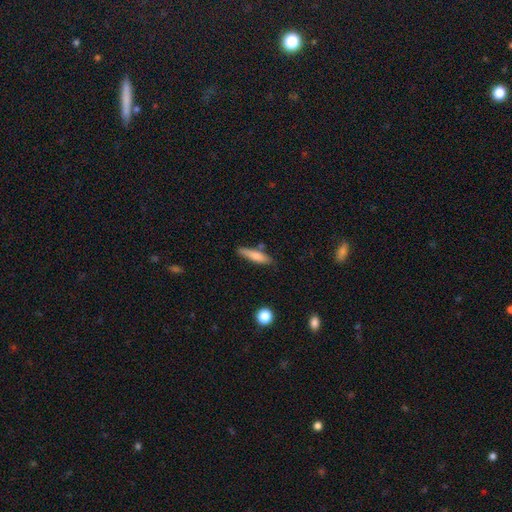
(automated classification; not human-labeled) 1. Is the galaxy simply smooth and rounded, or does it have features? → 76% smooth, 18% featured or disk, 7% star or artifact.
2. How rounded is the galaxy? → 76% cigar-shaped, 22% in between, 2% round.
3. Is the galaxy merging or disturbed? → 74% none, 17% minor disturbance, 6% merger, 3% major disturbance.